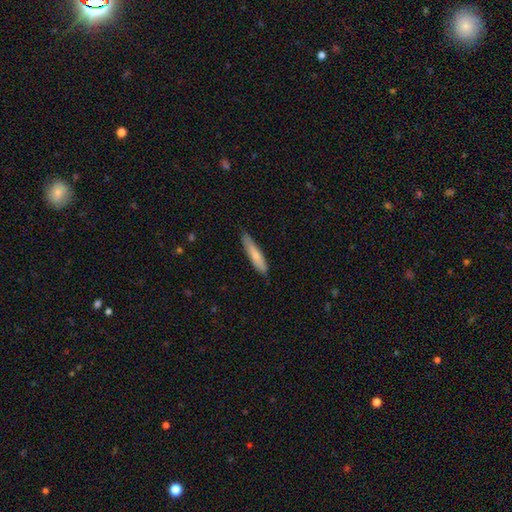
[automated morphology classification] Overall: smooth (70%). How rounded: cigar-shaped (84%). Merging: none (81%).